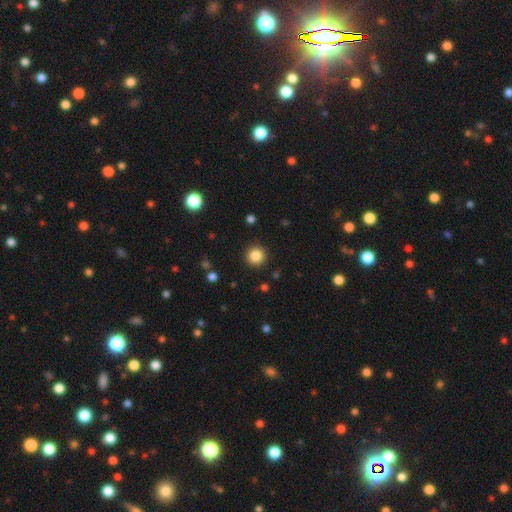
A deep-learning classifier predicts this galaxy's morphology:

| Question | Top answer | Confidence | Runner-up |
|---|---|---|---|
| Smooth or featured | smooth | 86% | star or artifact (10%) |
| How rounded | round | 95% | in between (4%) |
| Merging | none | 91% | minor disturbance (5%) |